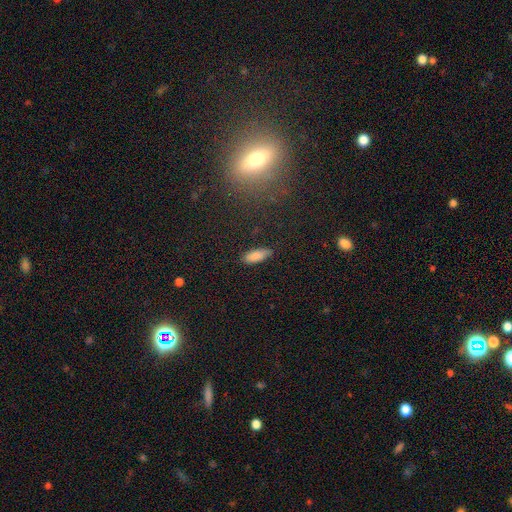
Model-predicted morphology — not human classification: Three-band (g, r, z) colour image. It shows a smooth galaxy with no disk features (87%) that is in between round and cigar-shaped (72%). Merging: none (84%).